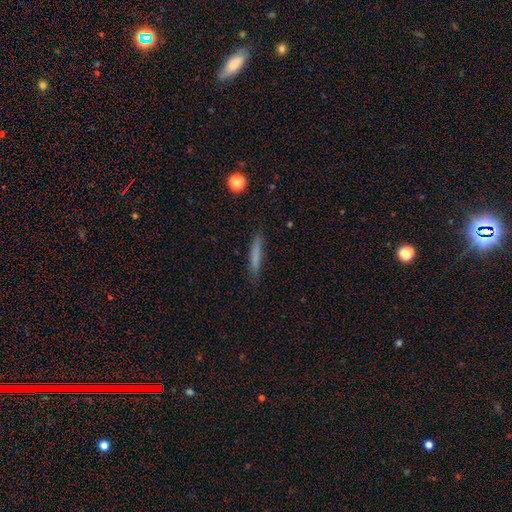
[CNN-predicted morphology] The model was most divided on "smooth or featured": smooth: 74%, featured or disk: 18%, star or artifact: 8%. More confident: how rounded — cigar-shaped (92%); merging — none (83%).